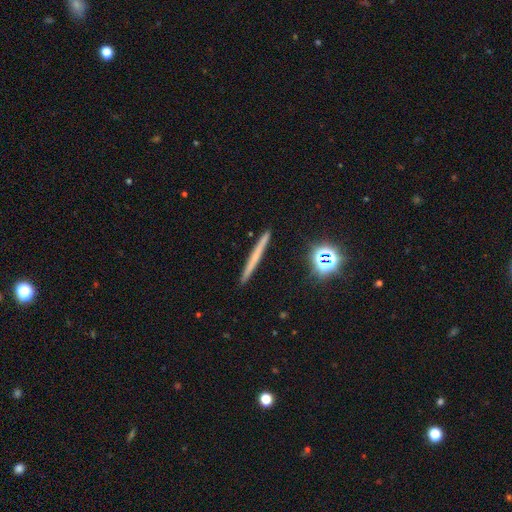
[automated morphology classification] The model was most divided on "smooth or featured": smooth: 47%, featured or disk: 40%, star or artifact: 12%. More confident: merging — none (91%).